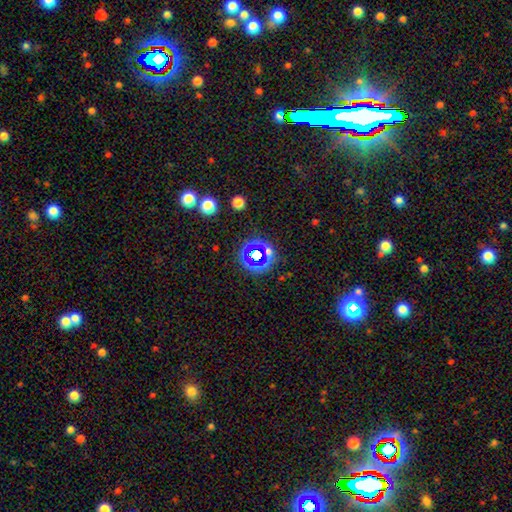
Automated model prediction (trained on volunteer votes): Smooth or featured? star or artifact (60%)